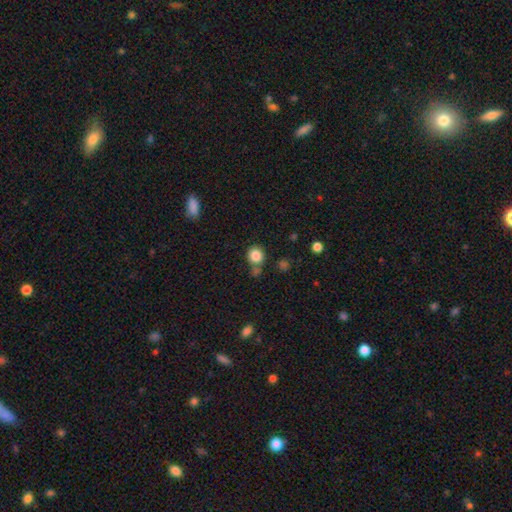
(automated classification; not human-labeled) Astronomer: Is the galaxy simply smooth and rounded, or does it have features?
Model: smooth — 84%.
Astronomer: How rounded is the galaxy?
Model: round — 84%.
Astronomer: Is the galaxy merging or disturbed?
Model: none — 67%.